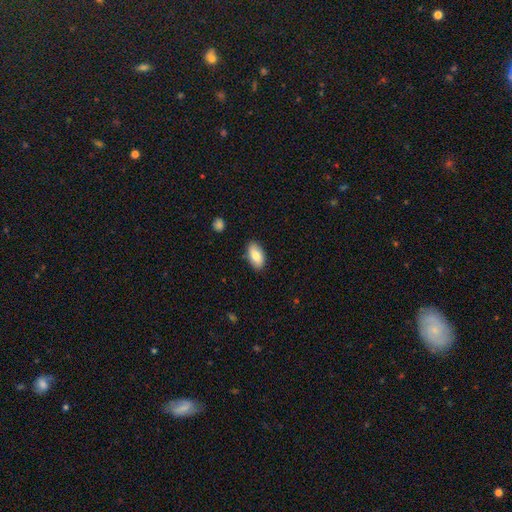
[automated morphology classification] Smooth or featured?
  - smooth: 82% *
  - featured or disk: 12%
  - star or artifact: 7%
How rounded?
  - in between: 93% *
  - cigar-shaped: 3%
  - round: 3%
Merging?
  - none: 87% *
  - minor disturbance: 10%
  - major disturbance: 2%
  - merger: 1%